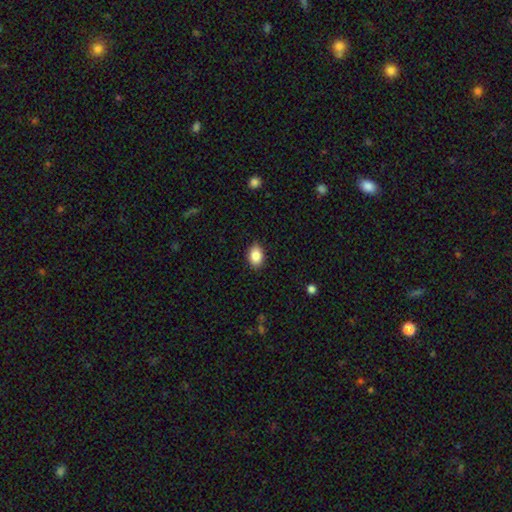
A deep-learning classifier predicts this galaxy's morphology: Q: Smooth or featured?
A: smooth (87%); runner-up: star or artifact (8%)
Q: How rounded?
A: in between (82%); runner-up: round (17%)
Q: Merging?
A: none (87%); runner-up: minor disturbance (10%)